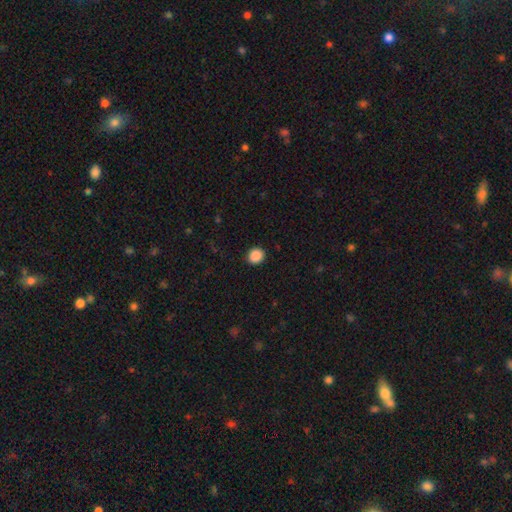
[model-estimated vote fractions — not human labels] smooth_or_featured: smooth (p=0.88) [alt: star or artifact p=0.09]
how_rounded: round (p=0.79) [alt: in between p=0.20]
merging: none (p=0.92) [alt: minor disturbance p=0.06]